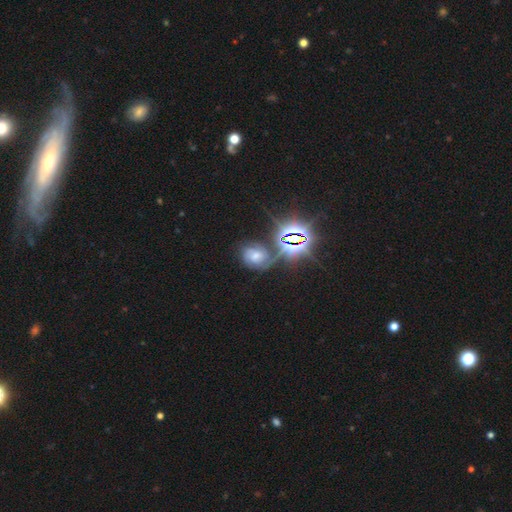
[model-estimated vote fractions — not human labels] Q: Smooth or featured?
A: featured or disk (40%); runner-up: star or artifact (38%)
Q: Merging?
A: none (56%); runner-up: minor disturbance (22%)